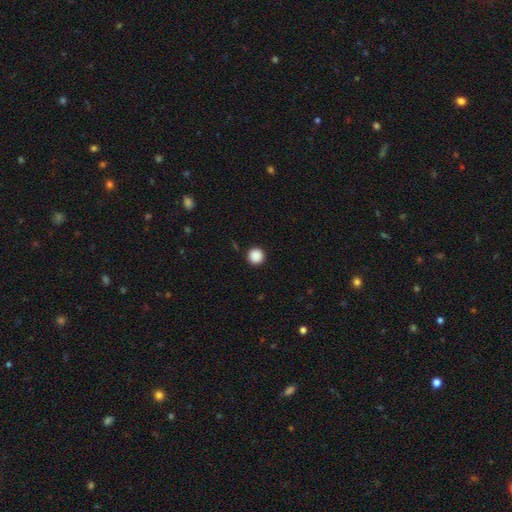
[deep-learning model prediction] This appears to be a smooth galaxy with no disk features (89%) that is round (96%). Merging: none (92%).